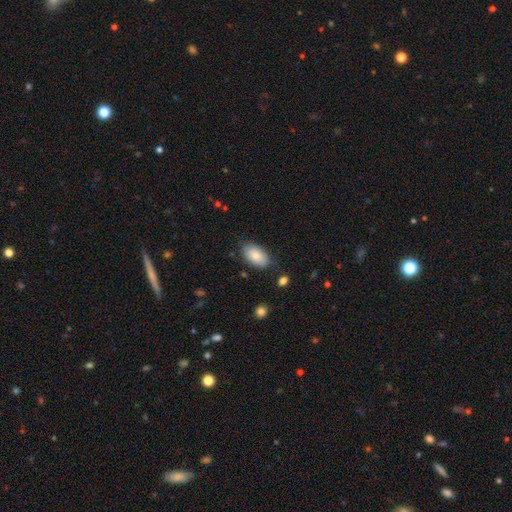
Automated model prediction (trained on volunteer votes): smooth-or-featured: smooth: 85% | featured or disk: 8% | star or artifact: 6%
  how-rounded: in between: 94% | round: 4% | cigar-shaped: 2%
  merging: none: 81% | minor disturbance: 14% | major disturbance: 3% | merger: 2%